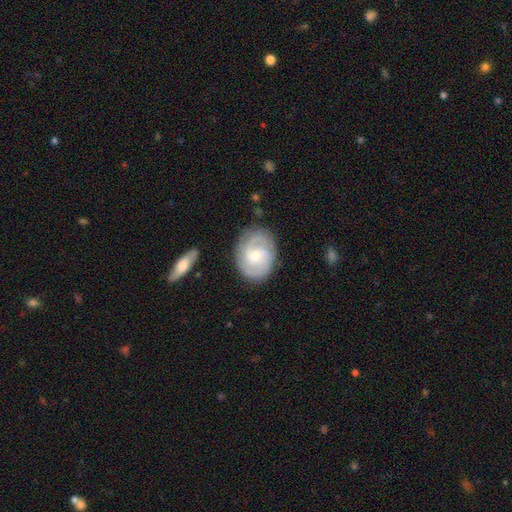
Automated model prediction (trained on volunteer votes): A featured or disk galaxy (81%) with no bar (49%), 2 (55%) medium (45%) spiral arms (96%) and a moderate central bulge (48%, tied with small). Merging: none (81%).